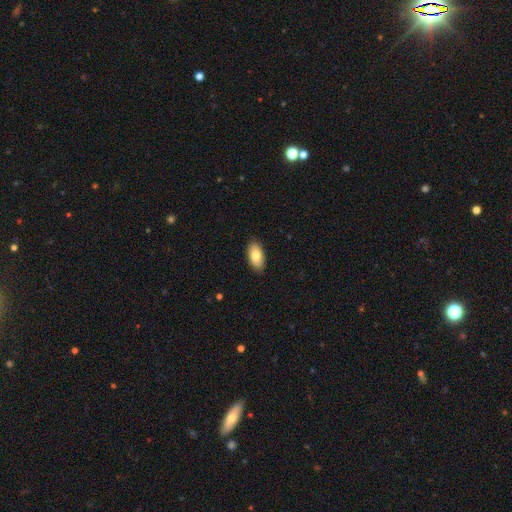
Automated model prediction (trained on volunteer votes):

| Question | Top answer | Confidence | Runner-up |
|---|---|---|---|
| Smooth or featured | smooth | 82% | featured or disk (12%) |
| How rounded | in between | 93% | cigar-shaped (4%) |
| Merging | none | 89% | minor disturbance (8%) |